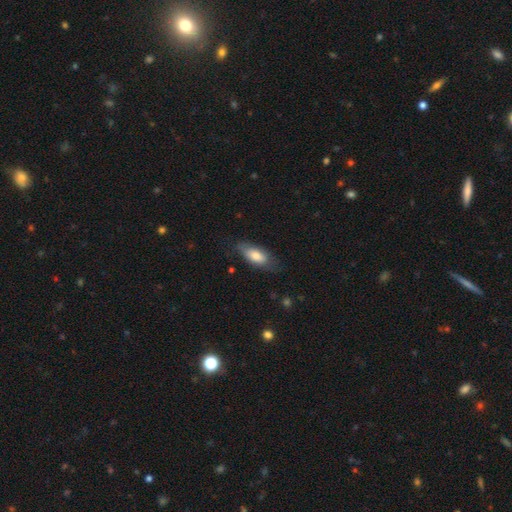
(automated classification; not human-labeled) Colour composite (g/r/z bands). It shows a smooth galaxy with no disk features (75%) that is in between round and cigar-shaped (83%). Merging: none (64%).